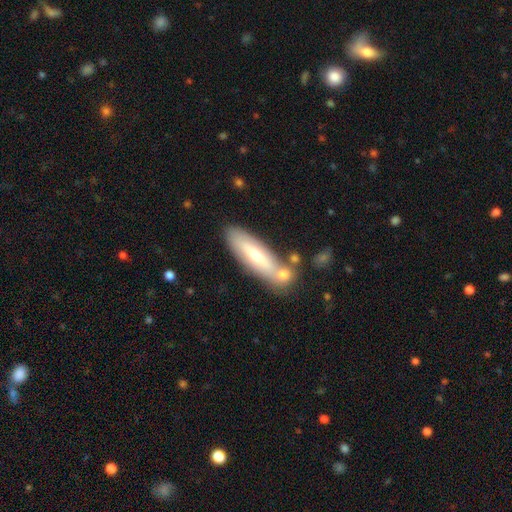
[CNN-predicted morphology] smooth 53%, featured or disk 41%, star or artifact 7%. Down the decision tree: how rounded — cigar-shaped (54%); merging — none (62%).